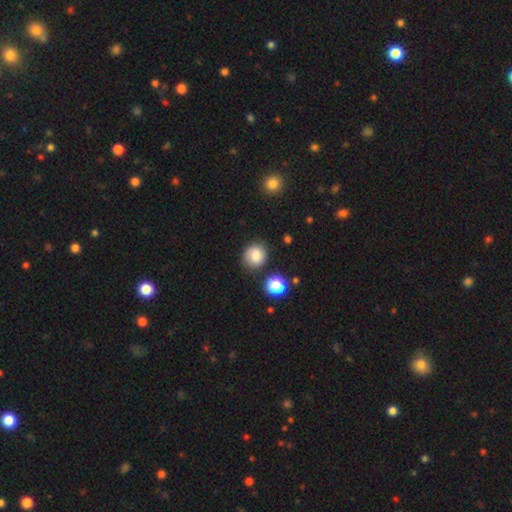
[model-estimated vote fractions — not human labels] A smooth galaxy with no disk features (82%) that is round (83%). Merging: none (77%).